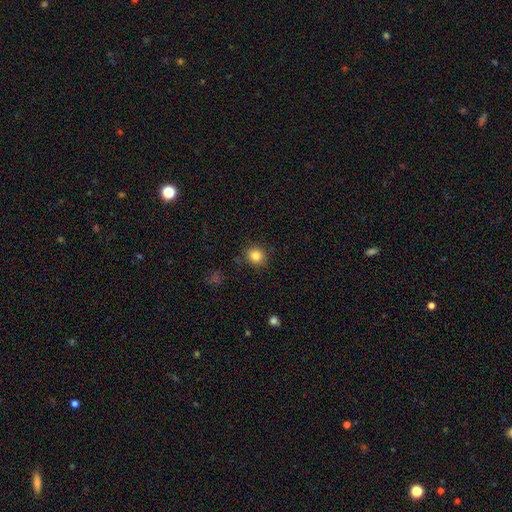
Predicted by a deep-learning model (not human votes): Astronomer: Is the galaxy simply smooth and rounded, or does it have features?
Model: smooth — 83%.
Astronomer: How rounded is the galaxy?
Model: round — 85%.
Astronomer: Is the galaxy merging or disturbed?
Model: none — 86%.